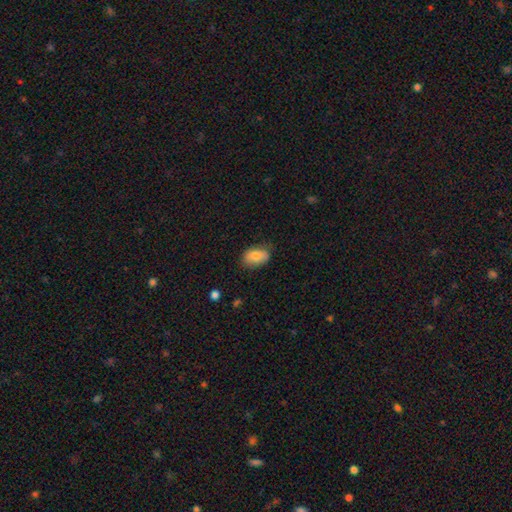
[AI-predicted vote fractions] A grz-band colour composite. It shows a smooth galaxy with no disk features (78%) that is in between round and cigar-shaped (89%). Merging: none (68%).